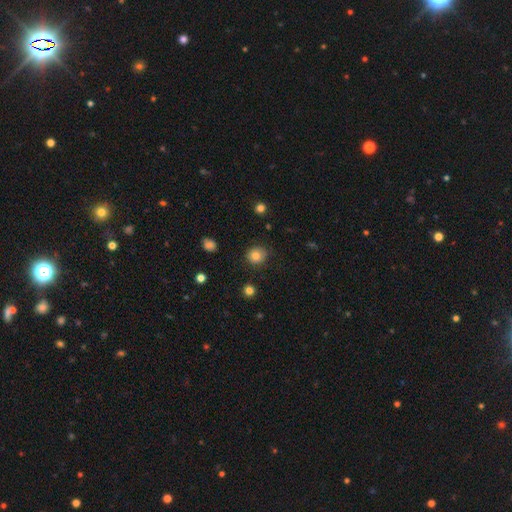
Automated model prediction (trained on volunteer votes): Q: Smooth or featured?
A: smooth (81%); runner-up: star or artifact (11%)
Q: How rounded?
A: round (83%); runner-up: in between (16%)
Q: Merging?
A: none (84%); runner-up: minor disturbance (12%)